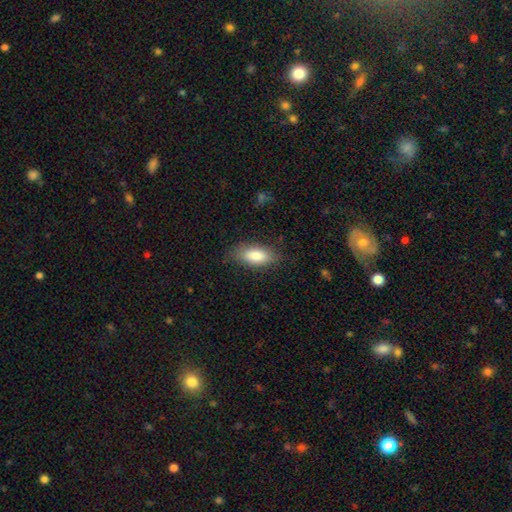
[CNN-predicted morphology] smooth 82%, featured or disk 11%, star or artifact 7%. Down the decision tree: how rounded — in between (83%); merging — none (80%).